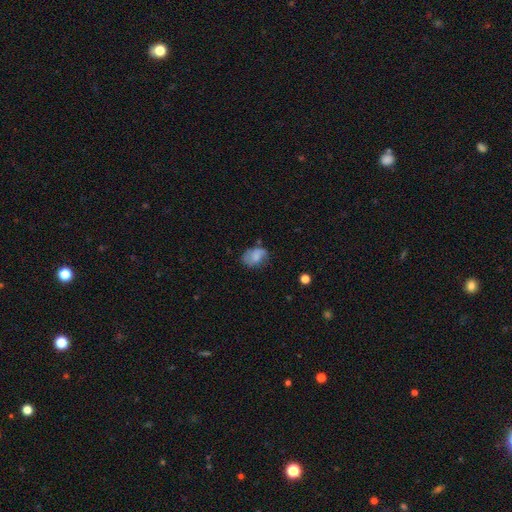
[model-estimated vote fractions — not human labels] Q: Smooth or featured?
A: smooth (62%); runner-up: featured or disk (29%)
Q: How rounded?
A: in between (72%); runner-up: round (27%)
Q: Merging?
A: none (53%); runner-up: minor disturbance (31%)